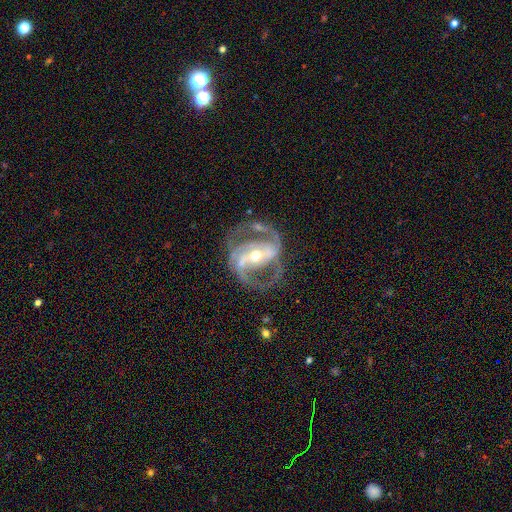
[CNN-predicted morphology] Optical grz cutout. It shows a featured or disk galaxy (91%) with a strong bar (59%), 2 (85%) medium (59%) spiral arms (96%) and a moderate central bulge (52%). Merging: none (66%).